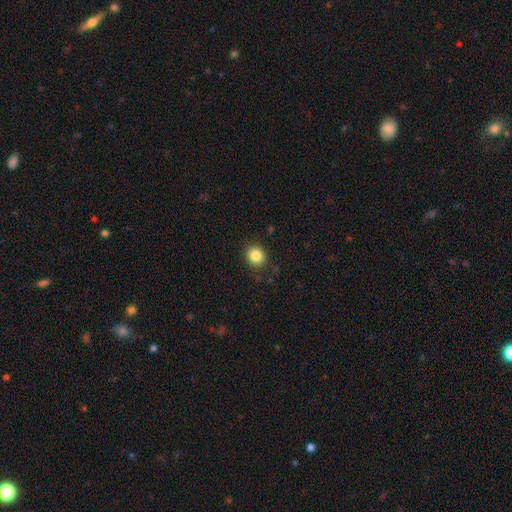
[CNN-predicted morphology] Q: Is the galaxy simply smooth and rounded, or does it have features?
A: smooth — 84%.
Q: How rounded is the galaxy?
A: round — 83%.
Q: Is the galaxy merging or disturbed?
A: none — 88%.